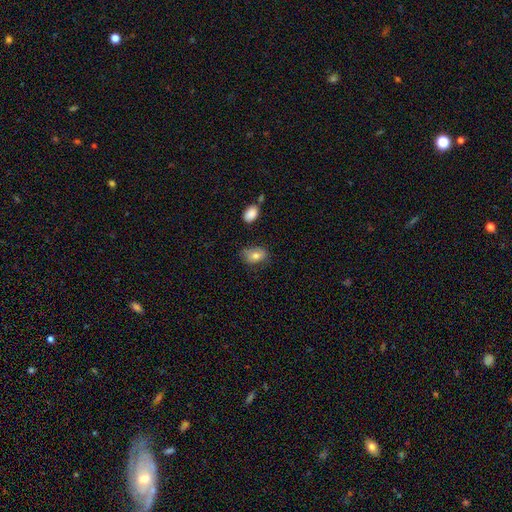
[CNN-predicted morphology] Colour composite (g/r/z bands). It shows a smooth galaxy with no disk features (75%) that is in between round and cigar-shaped (83%). Merging: none (62%).